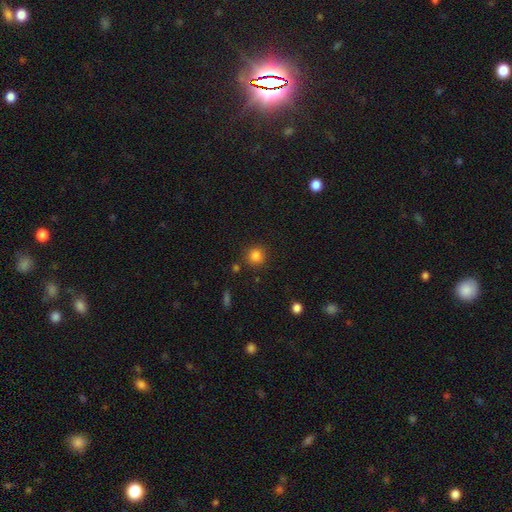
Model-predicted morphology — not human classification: type=smooth (83%); roundness=round (92%); merging=none (87%).